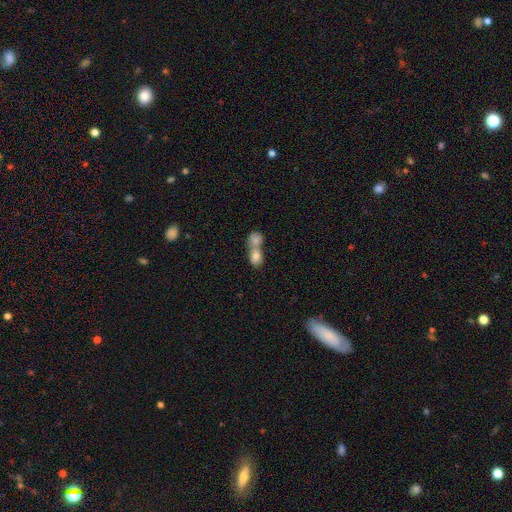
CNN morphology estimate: type=smooth (78%); roundness=in between (57%); merging=merger (77%).